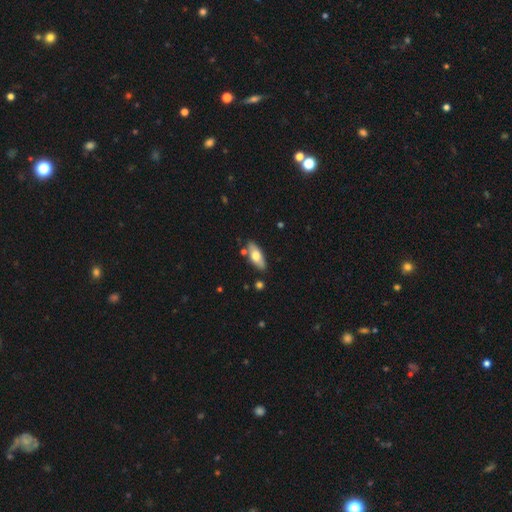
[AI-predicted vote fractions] The model was most divided on "smooth or featured": smooth: 63%, featured or disk: 31%, star or artifact: 6%. More confident: merging — none (81%); how rounded — in between (75%).